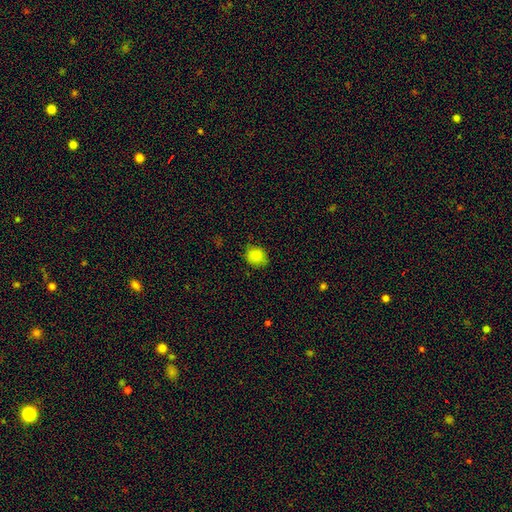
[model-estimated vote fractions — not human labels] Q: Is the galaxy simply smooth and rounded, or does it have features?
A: smooth — 85%.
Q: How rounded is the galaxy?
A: round — 70%.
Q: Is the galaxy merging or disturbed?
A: none — 81%.